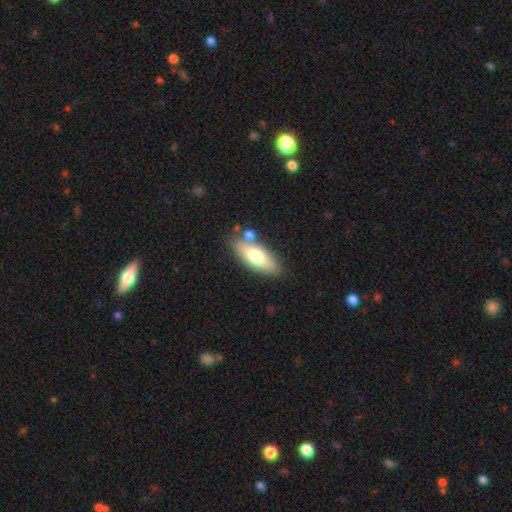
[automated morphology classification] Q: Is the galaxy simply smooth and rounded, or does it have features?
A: smooth — 66%.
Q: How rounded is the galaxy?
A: in between — 74%.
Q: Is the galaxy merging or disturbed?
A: none — 74%.